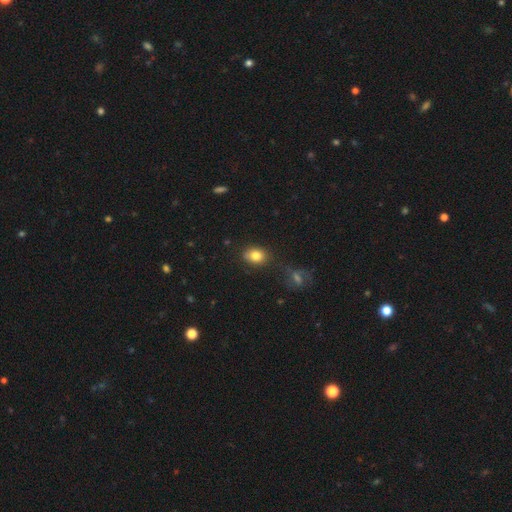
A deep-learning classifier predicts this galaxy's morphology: This is clearly a smooth galaxy (81%). How rounded: possibly in between (56%). Merging: likely none (70%).